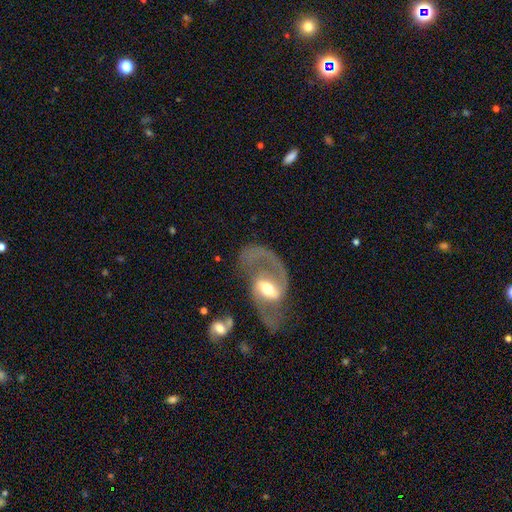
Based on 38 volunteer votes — featured or disk 89%, smooth 5%, star or artifact 5%. Down the decision tree: edge-on disk — no (97%); bar — weak (45%); spiral arms — yes (94%); spiral arm count — 2 (90%); spiral winding — medium (45%); bulge size — moderate (58%); merging — none (42%).